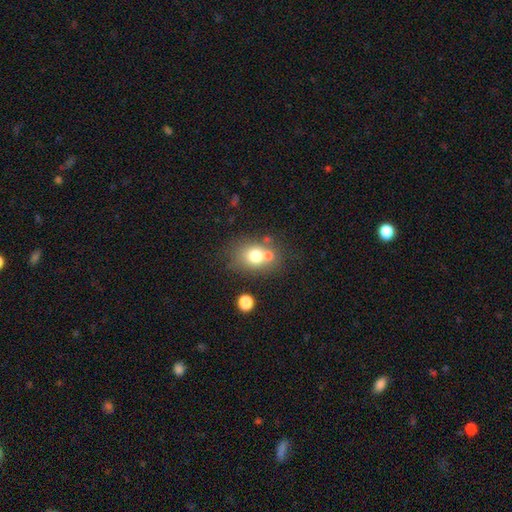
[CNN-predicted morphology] Smooth or featured? Predicted: smooth (p=0.70). How rounded? Predicted: round (p=0.56). Merging? Predicted: none (p=0.51).